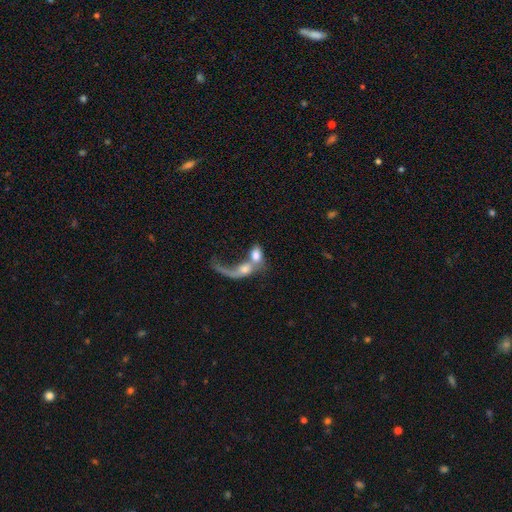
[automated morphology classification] A smooth galaxy with no disk features (53%) that is in between round and cigar-shaped (71%).

Vote fractions:
- Smooth or featured? smooth: 53% / featured or disk: 38% / star or artifact: 9%
- How rounded? in between: 71% / round: 22% / cigar-shaped: 7%
- Merging? merger: 72% / major disturbance: 14% / none: 10% / minor disturbance: 4%